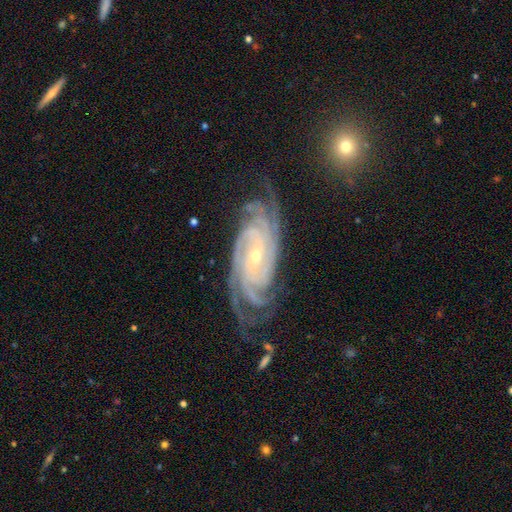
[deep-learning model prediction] smooth_or_featured: featured or disk (p=0.92) [alt: star or artifact p=0.05]
disk_edge_on: no (p=0.96) [alt: yes p=0.04]
bar: no (p=0.55) [alt: weak p=0.29]
has_spiral_arms: yes (p=0.99) [alt: no p=0.01]
spiral_winding: tight (p=0.78) [alt: medium p=0.19]
spiral_arm_count: 4 (p=0.39) [alt: more than 4 p=0.20]
bulge_size: small (p=0.71) [alt: moderate p=0.26]
merging: none (p=0.74) [alt: minor disturbance p=0.18]